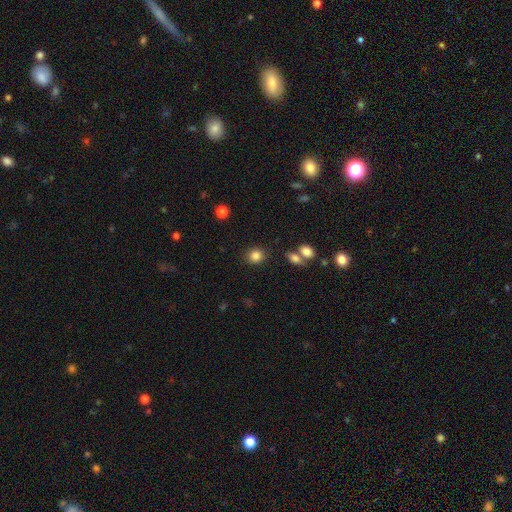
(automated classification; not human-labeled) smooth 85%, star or artifact 10%, featured or disk 5%. Down the decision tree: how rounded — round (81%); merging — none (85%).